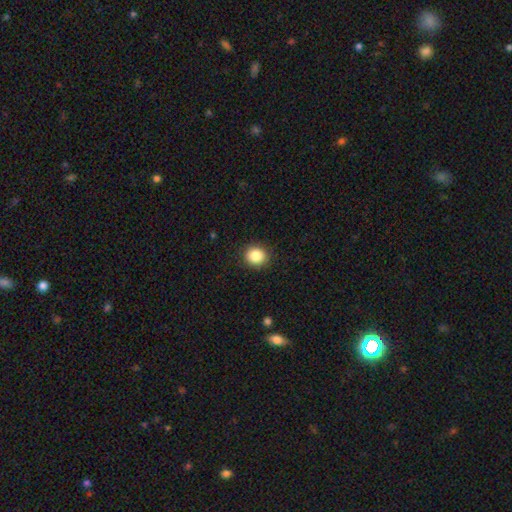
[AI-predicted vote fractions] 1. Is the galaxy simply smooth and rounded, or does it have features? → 87% smooth, 9% star or artifact, 4% featured or disk.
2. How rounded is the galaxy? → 82% round, 17% in between, 1% cigar-shaped.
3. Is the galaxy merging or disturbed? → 91% none, 6% minor disturbance, 2% major disturbance, 1% merger.